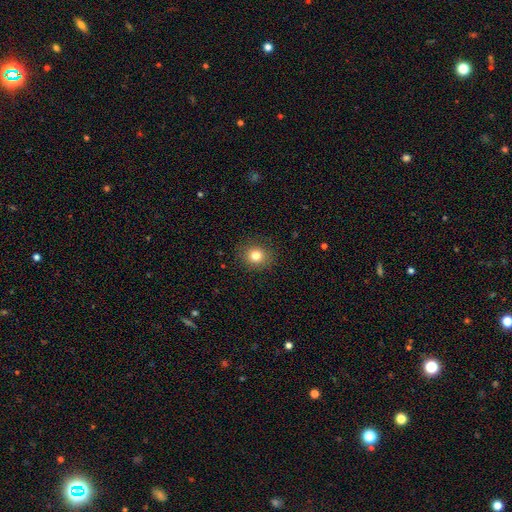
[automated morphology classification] Smooth or featured? smooth (81%)
How rounded? round (79%)
Merging? none (88%)